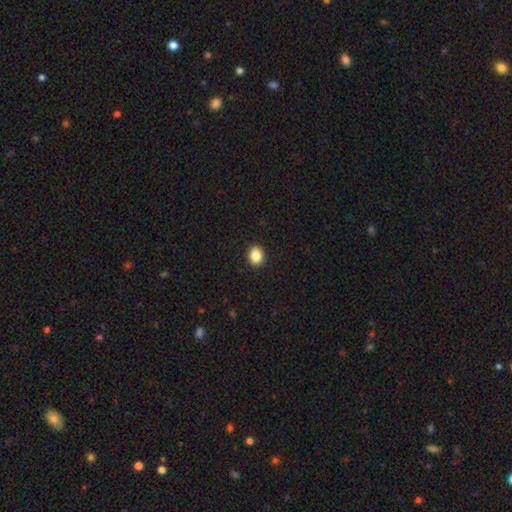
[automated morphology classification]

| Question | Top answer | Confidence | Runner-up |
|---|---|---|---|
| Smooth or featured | smooth | 87% | star or artifact (9%) |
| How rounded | in between | 50% | round (49%) |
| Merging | none | 91% | minor disturbance (6%) |